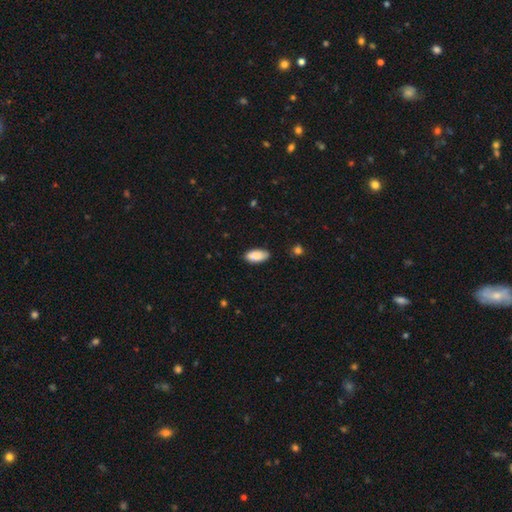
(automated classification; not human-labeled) The model was most divided on "merging": none: 81%, minor disturbance: 16%, major disturbance: 2%, merger: 1%. More confident: how rounded — in between (92%); smooth or featured — smooth (88%).